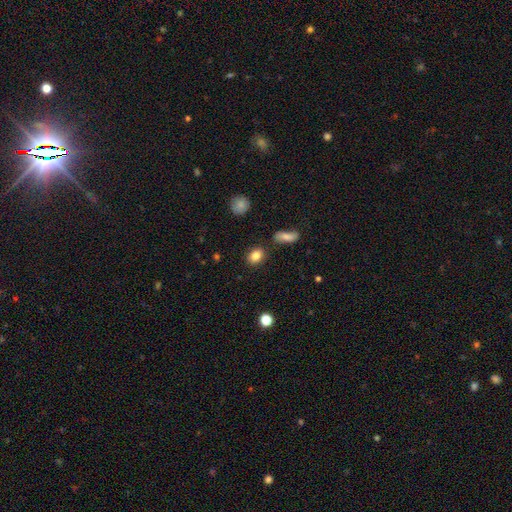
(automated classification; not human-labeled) Overall: smooth (85%). How rounded: in between (62%; round 37%). Merging: none (85%).